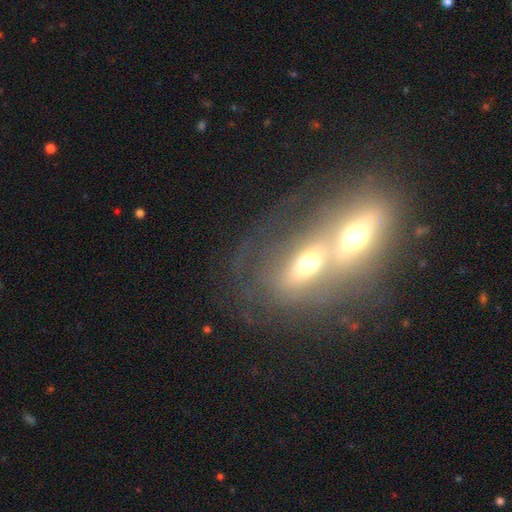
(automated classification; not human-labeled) Overall: featured or disk (57%; smooth 31%). Edge-on disk: no (66%; yes 34%). Merging: merger (80%).